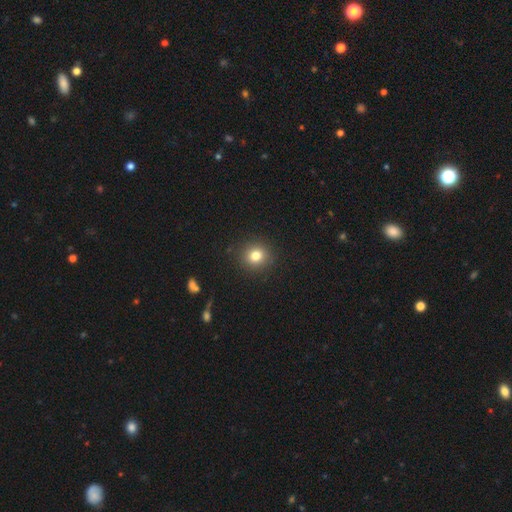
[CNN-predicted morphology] Smooth or featured: smooth — 80% (star or artifact — 13%)
How rounded: round — 85% (in between — 14%)
Merging: none — 90% (minor disturbance — 6%)